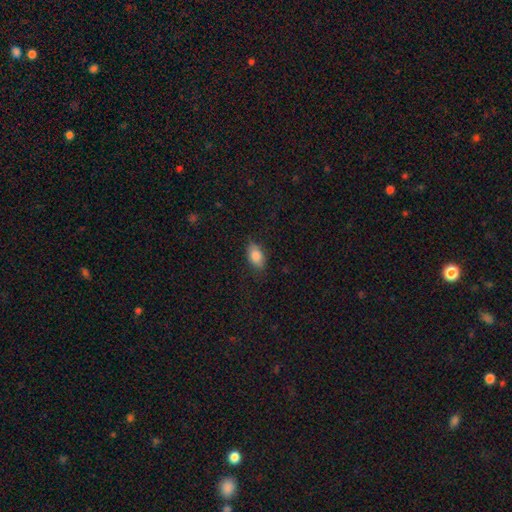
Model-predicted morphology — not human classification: Smooth or featured?
  - smooth: 85% *
  - star or artifact: 8%
  - featured or disk: 7%
How rounded?
  - in between: 90% *
  - round: 6%
  - cigar-shaped: 4%
Merging?
  - none: 81% *
  - minor disturbance: 14%
  - major disturbance: 4%
  - merger: 1%